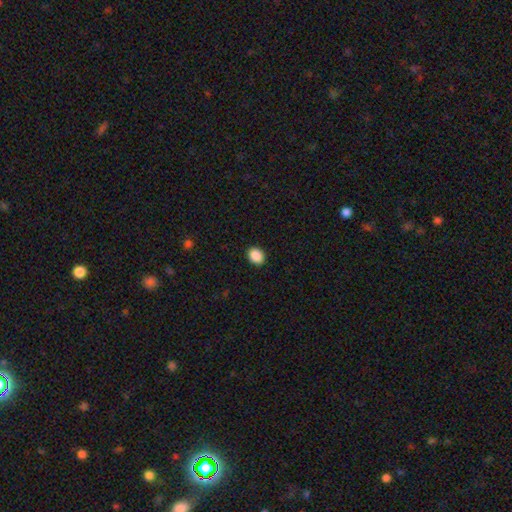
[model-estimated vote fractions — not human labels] smooth_or_featured: smooth (p=0.90) [alt: star or artifact p=0.08]
how_rounded: in between (p=0.55) [alt: round p=0.44]
merging: none (p=0.92) [alt: minor disturbance p=0.06]